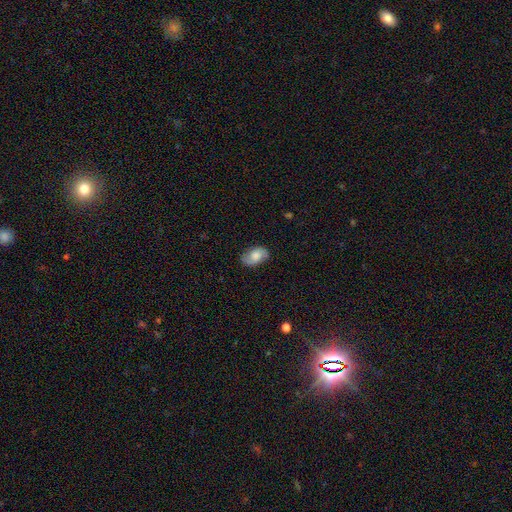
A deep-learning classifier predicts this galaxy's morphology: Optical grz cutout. It shows a smooth galaxy with no disk features (49%). Merging: none (78%).